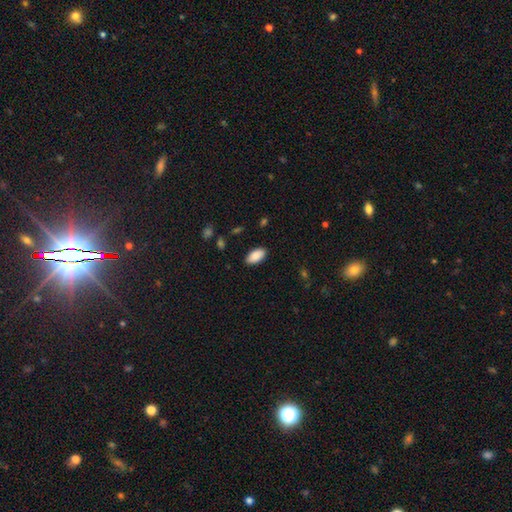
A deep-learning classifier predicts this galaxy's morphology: smooth_or_featured: smooth (p=0.89) [alt: star or artifact p=0.07]
how_rounded: in between (p=0.94) [alt: cigar-shaped p=0.04]
merging: none (p=0.88) [alt: minor disturbance p=0.09]